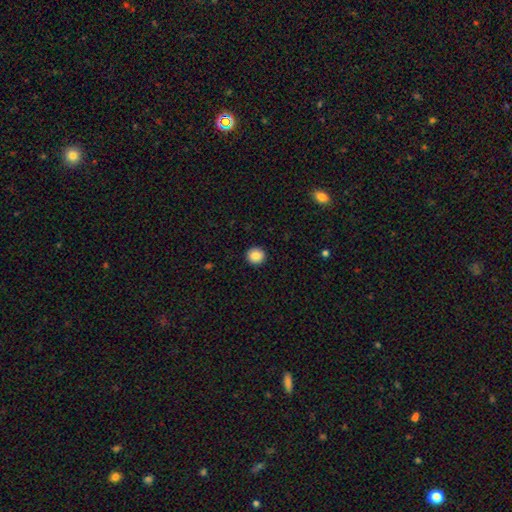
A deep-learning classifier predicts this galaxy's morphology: smooth 87%, star or artifact 9%, featured or disk 4%. Down the decision tree: how rounded — round (93%); merging — none (93%).